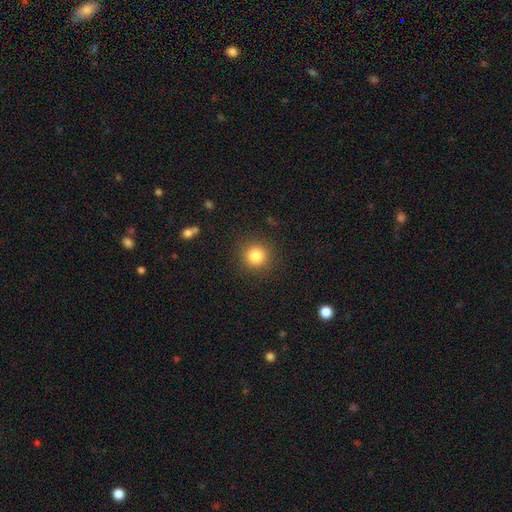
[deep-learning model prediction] This appears to be a smooth galaxy with no disk features (83%) that is round (94%). Merging: none (90%).